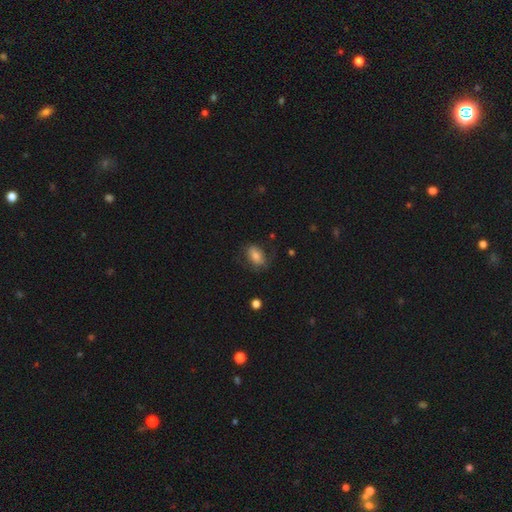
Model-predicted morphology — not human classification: smooth 69%, featured or disk 23%, star or artifact 8%. Down the decision tree: how rounded — in between (85%); merging — none (65%).